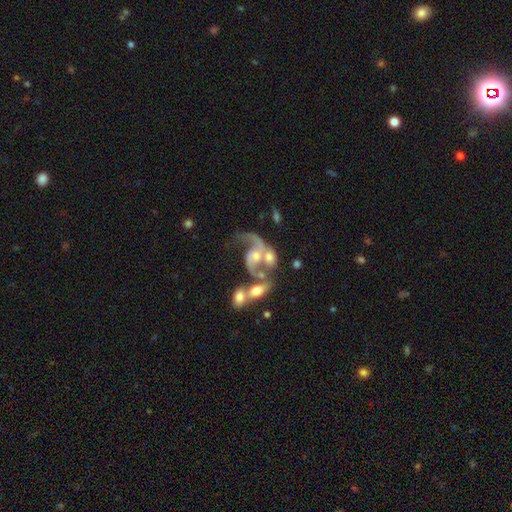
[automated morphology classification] type=featured or disk (83%); edge-on=no (97%); bar=no (61%); spiral arms=yes (91%); winding=loose (57%); arm count=2 (75%); bulge=moderate (48%); merging=merger (46%).